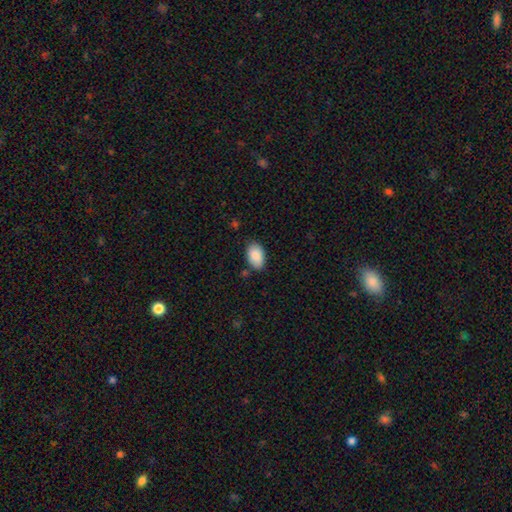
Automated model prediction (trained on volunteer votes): smooth 88%, star or artifact 6%, featured or disk 5%. Down the decision tree: how rounded — in between (92%); merging — none (81%).